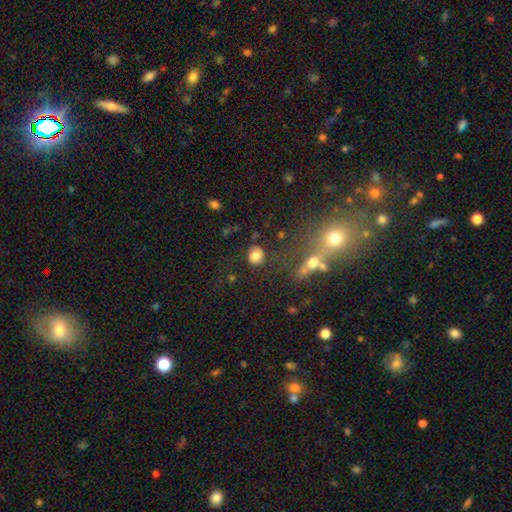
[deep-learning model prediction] A smooth galaxy with no disk features (79%) that is round (66%).

Vote fractions:
- Smooth or featured? smooth: 79% / star or artifact: 12% / featured or disk: 9%
- How rounded? round: 66% / in between: 33% / cigar-shaped: 1%
- Merging? none: 73% / minor disturbance: 15% / major disturbance: 7% / merger: 6%